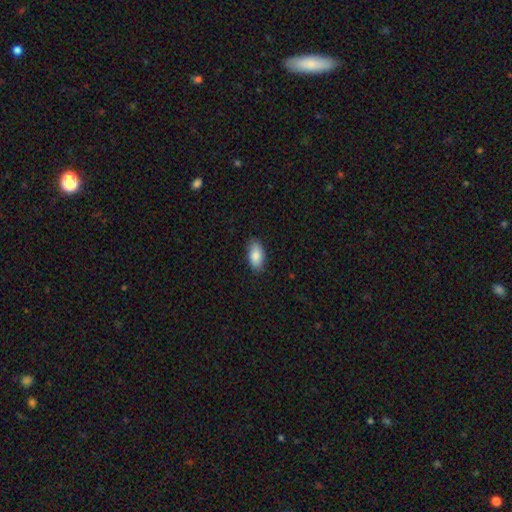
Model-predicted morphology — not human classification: Q: Smooth or featured?
A: smooth (86%); runner-up: featured or disk (8%)
Q: How rounded?
A: in between (92%); runner-up: cigar-shaped (4%)
Q: Merging?
A: none (85%); runner-up: minor disturbance (12%)